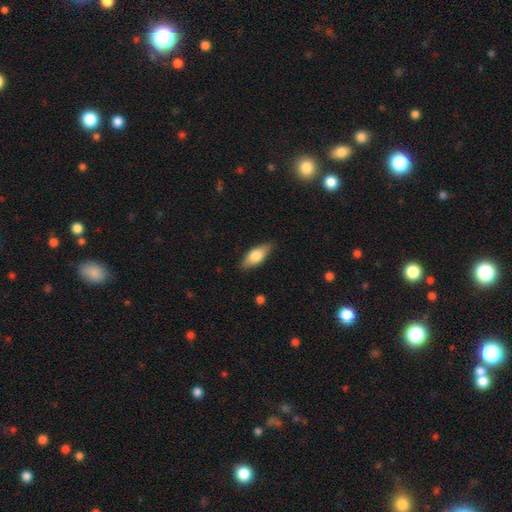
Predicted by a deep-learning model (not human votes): A smooth galaxy with no disk features (74%) that is in between round and cigar-shaped (82%).

Vote fractions:
- Smooth or featured? smooth: 74% / featured or disk: 20% / star or artifact: 6%
- How rounded? in between: 82% / cigar-shaped: 15% / round: 3%
- Merging? none: 83% / minor disturbance: 13% / major disturbance: 2% / merger: 1%